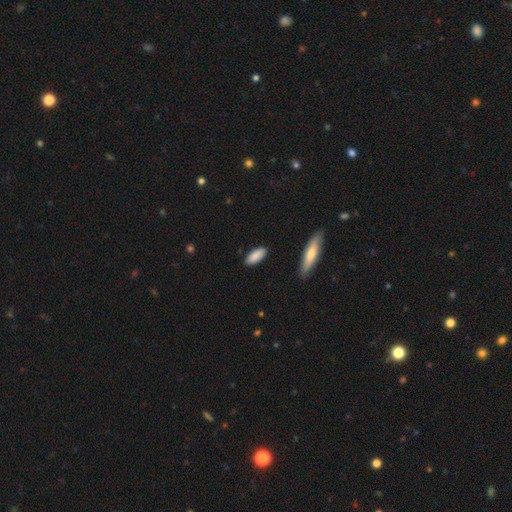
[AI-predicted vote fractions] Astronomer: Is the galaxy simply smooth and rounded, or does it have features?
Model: smooth — 88%.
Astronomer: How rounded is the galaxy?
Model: in between — 80%.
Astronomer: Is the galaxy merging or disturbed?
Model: none — 88%.